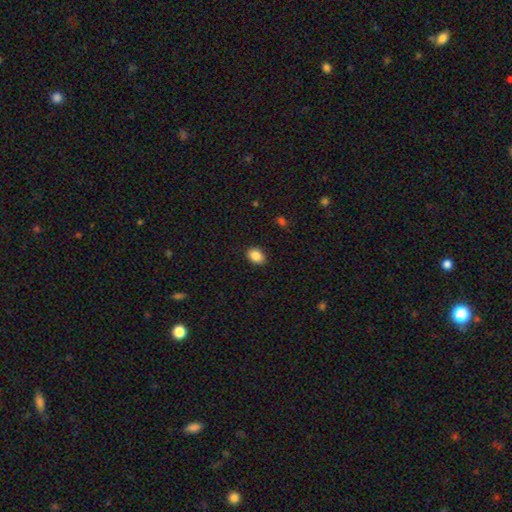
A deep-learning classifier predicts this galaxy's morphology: smooth 87%, star or artifact 8%, featured or disk 5%. Down the decision tree: how rounded — in between (75%); merging — none (89%).